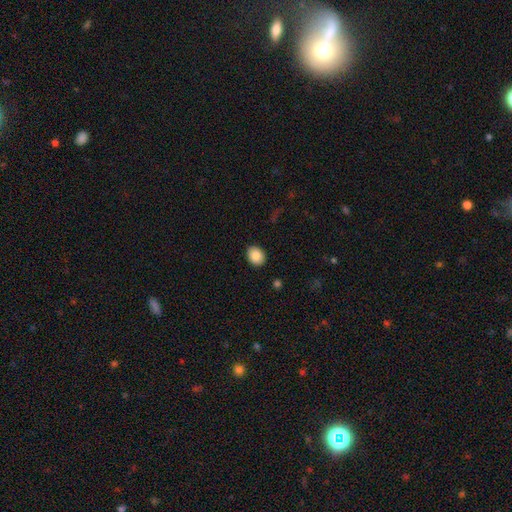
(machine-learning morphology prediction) A smooth galaxy with no disk features (87%) that is in between round and cigar-shaped (52%).

Vote fractions:
- Smooth or featured? smooth: 87% / star or artifact: 8% / featured or disk: 5%
- How rounded? in between: 52% / round: 48% / cigar-shaped: 1%
- Merging? none: 89% / minor disturbance: 8% / major disturbance: 2% / merger: 1%